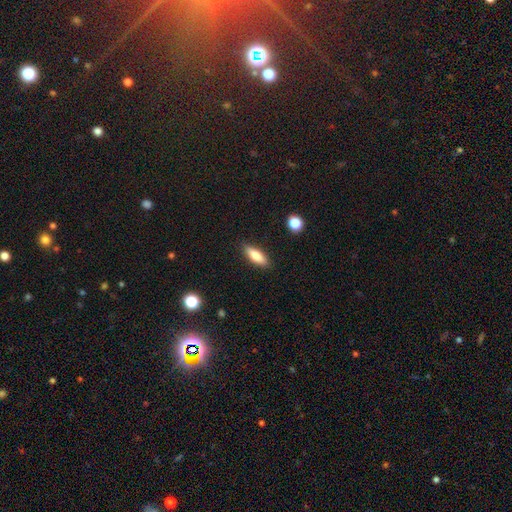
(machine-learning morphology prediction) Smooth or featured? Predicted: smooth (p=0.79). How rounded? Predicted: in between (p=0.59). Merging? Predicted: none (p=0.88).